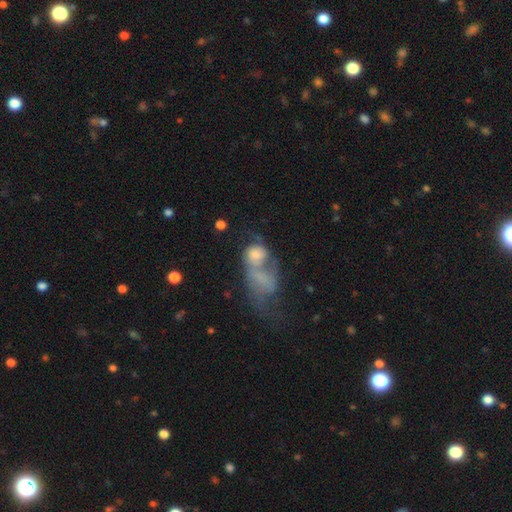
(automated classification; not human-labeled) Smooth or featured? Predicted: smooth (p=0.48). Merging? Predicted: merger (p=0.63).